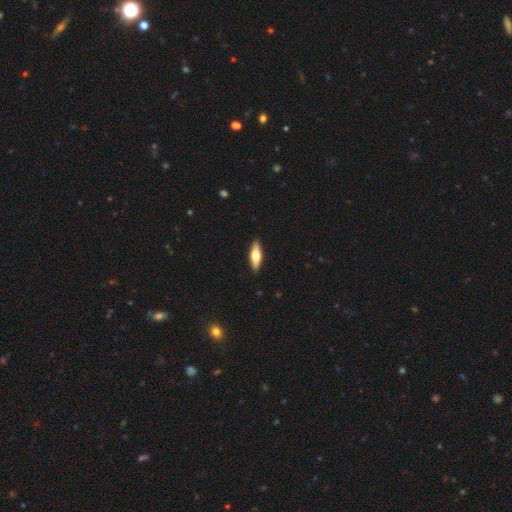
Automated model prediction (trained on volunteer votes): smooth_or_featured: smooth (p=0.53) [alt: featured or disk p=0.42]
how_rounded: in between (p=0.52) [alt: cigar-shaped p=0.45]
merging: none (p=0.91) [alt: minor disturbance p=0.07]